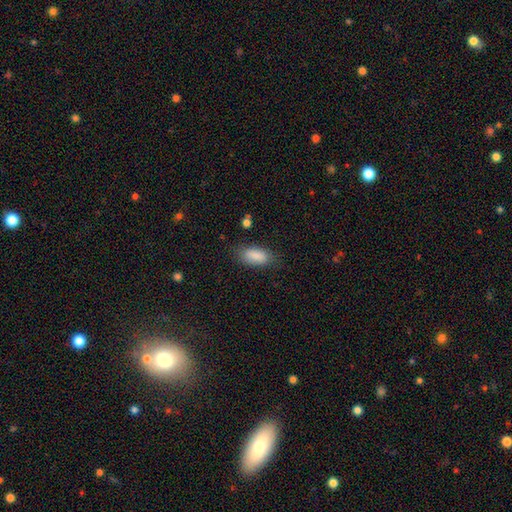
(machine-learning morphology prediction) Overall: smooth (88%). How rounded: in between (87%). Merging: none (80%).